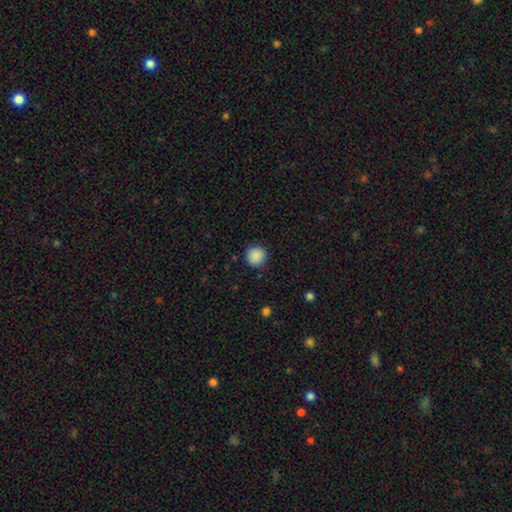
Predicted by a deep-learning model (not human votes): Smooth or featured: smooth — 88% (star or artifact — 9%)
How rounded: round — 94% (in between — 5%)
Merging: none — 89% (minor disturbance — 8%)